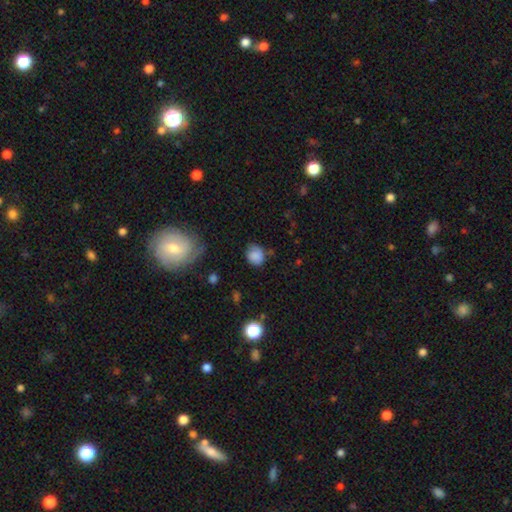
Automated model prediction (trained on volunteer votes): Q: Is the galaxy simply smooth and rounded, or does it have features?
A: smooth — 82%.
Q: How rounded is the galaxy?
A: round — 71%.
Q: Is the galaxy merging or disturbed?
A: none — 66%.